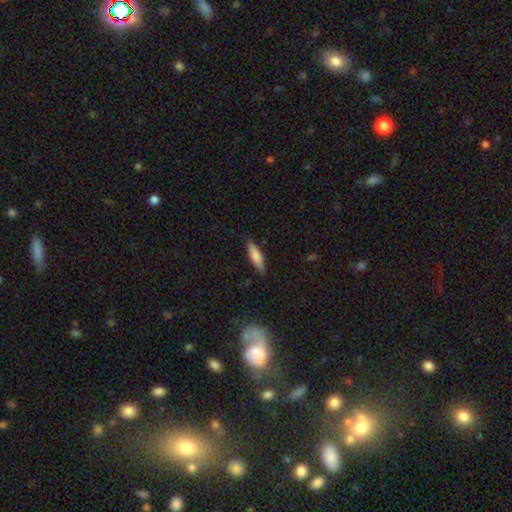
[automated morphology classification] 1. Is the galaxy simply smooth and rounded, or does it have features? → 79% smooth, 15% featured or disk, 6% star or artifact.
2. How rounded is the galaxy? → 60% cigar-shaped, 38% in between, 2% round.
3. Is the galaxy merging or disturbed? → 83% none, 13% minor disturbance, 2% major disturbance, 1% merger.